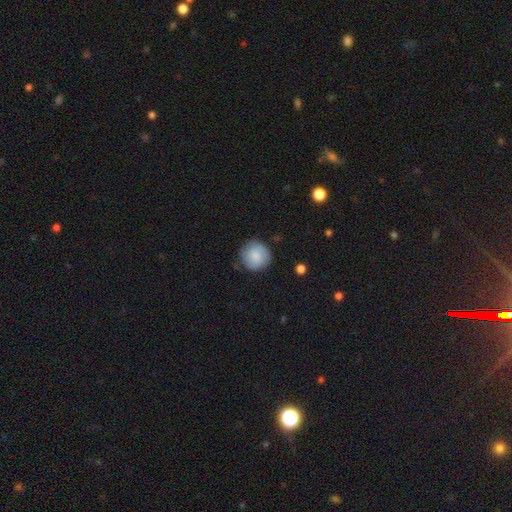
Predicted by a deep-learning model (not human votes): Smooth or featured? Predicted: smooth (p=0.77). How rounded? Predicted: round (p=0.93). Merging? Predicted: none (p=0.81).